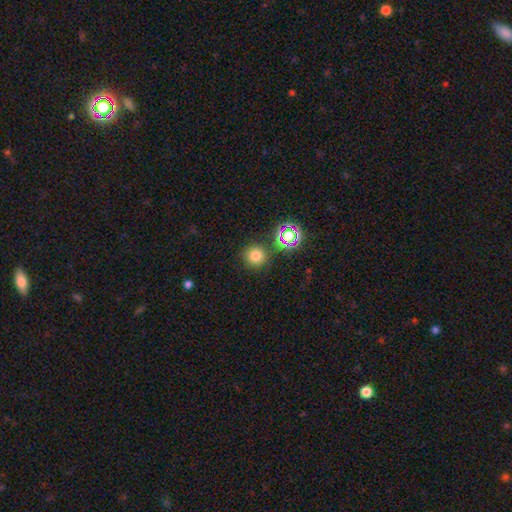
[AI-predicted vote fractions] Morphology: type=smooth (73%); roundness=round (94%); merging=none (85%).